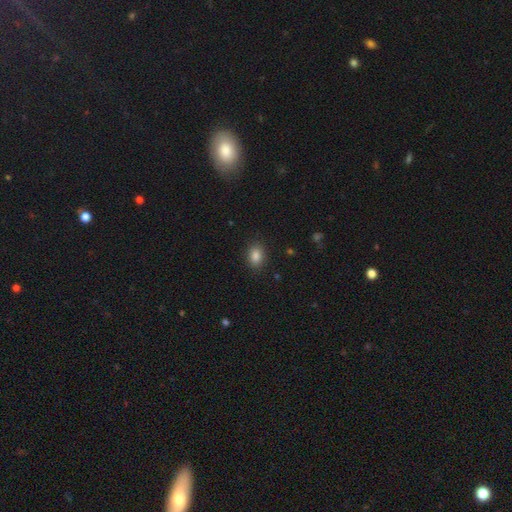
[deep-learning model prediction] Smooth or featured?
  - smooth: 85% *
  - star or artifact: 10%
  - featured or disk: 5%
How rounded?
  - in between: 68% *
  - round: 31%
  - cigar-shaped: 1%
Merging?
  - none: 88% *
  - minor disturbance: 8%
  - major disturbance: 3%
  - merger: 1%